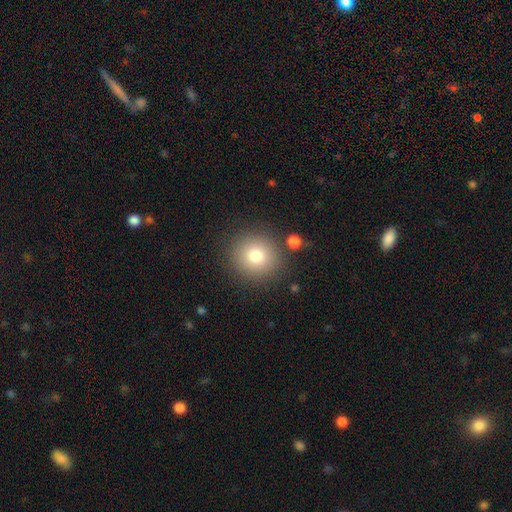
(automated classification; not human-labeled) Smooth or featured? Predicted: smooth (p=0.78). How rounded? Predicted: round (p=0.91). Merging? Predicted: none (p=0.84).